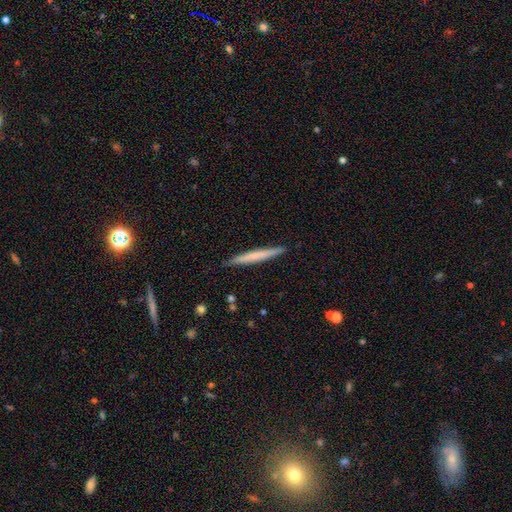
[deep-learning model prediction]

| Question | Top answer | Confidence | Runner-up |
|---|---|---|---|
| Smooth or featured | smooth | 61% | featured or disk (34%) |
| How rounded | cigar-shaped | 97% | in between (2%) |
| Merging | none | 91% | minor disturbance (7%) |